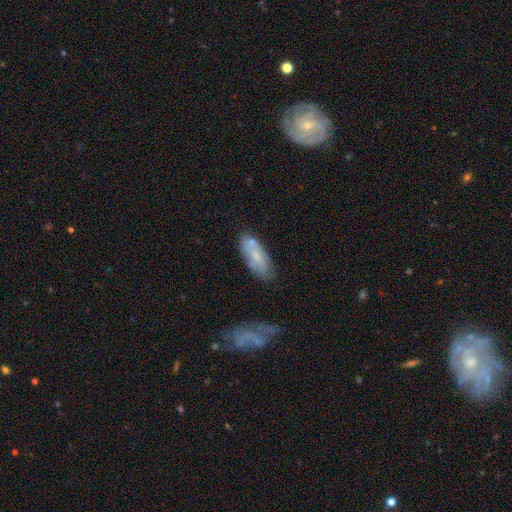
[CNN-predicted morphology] This appears to be a smooth galaxy with no disk features (58%) that is in between round and cigar-shaped (77%). Merging: none (62%).